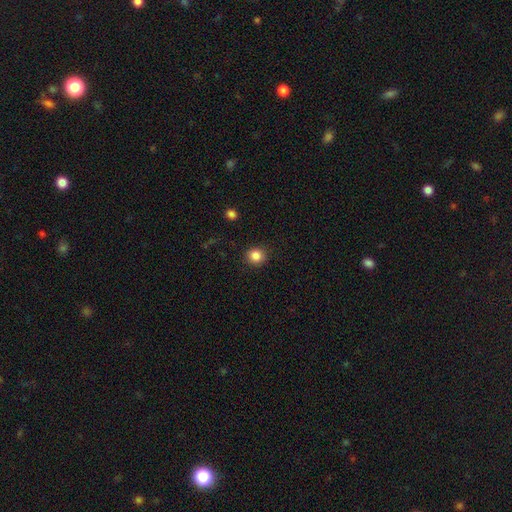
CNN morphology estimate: A smooth galaxy with no disk features (85%) that is round (85%). Merging: none (90%).